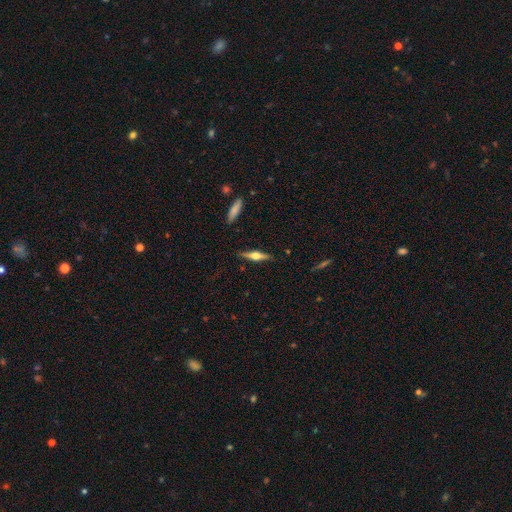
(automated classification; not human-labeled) A featured or disk galaxy (63%) viewed edge-on (97%) with a rounded central bulge (91%). Merging: none (87%).